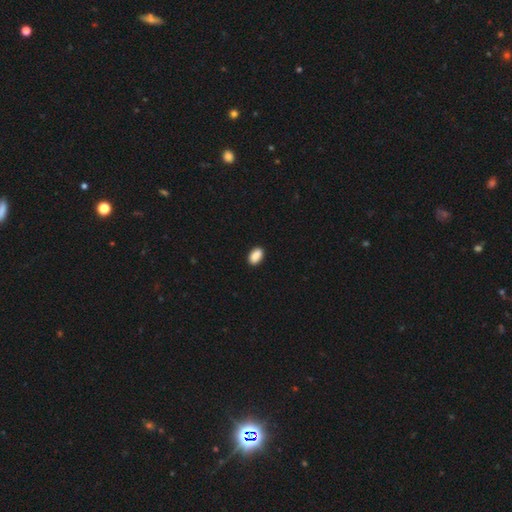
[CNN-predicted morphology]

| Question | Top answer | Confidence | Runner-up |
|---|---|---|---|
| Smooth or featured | smooth | 89% | star or artifact (7%) |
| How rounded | in between | 92% | round (6%) |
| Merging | none | 89% | minor disturbance (8%) |